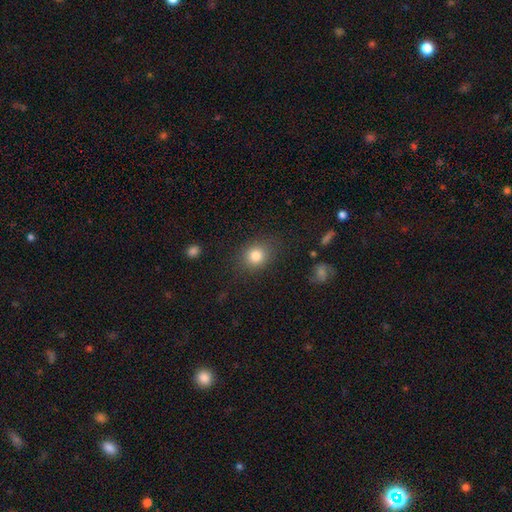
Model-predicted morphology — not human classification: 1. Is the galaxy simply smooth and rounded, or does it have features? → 82% smooth, 11% star or artifact, 7% featured or disk.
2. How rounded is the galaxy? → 67% round, 32% in between, 1% cigar-shaped.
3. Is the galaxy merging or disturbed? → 83% none, 11% minor disturbance, 4% major disturbance, 2% merger.